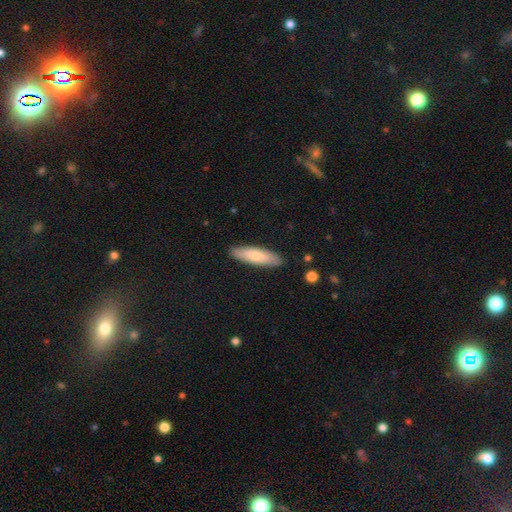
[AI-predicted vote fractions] Overall: smooth (79%). How rounded: cigar-shaped (61%; in between 38%). Merging: none (88%).